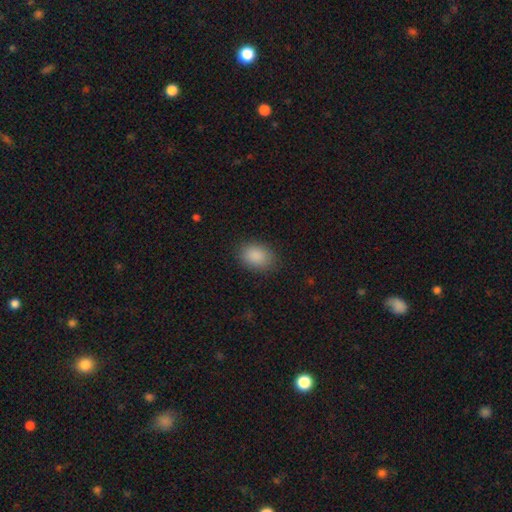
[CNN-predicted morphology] This appears to be a smooth galaxy with no disk features (88%) that is in between round and cigar-shaped (78%). Merging: none (84%).